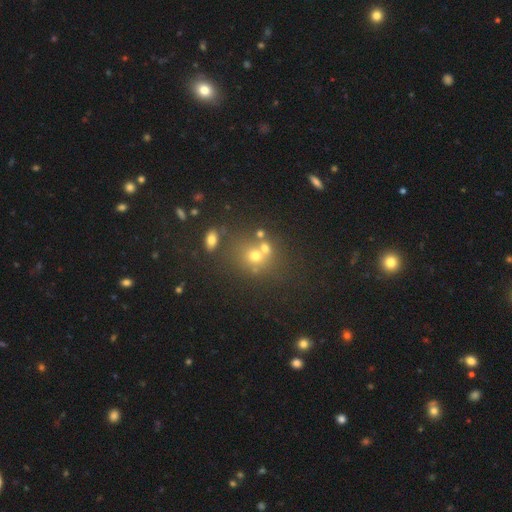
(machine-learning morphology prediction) Smooth or featured: smooth — 59% (star or artifact — 23%)
How rounded: round — 76% (in between — 22%)
Merging: none — 49% (merger — 35%)